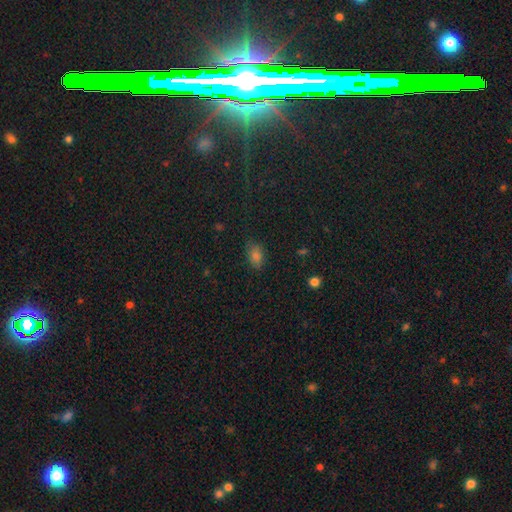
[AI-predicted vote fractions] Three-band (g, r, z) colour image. It shows a smooth galaxy with no disk features (75%) that is in between round and cigar-shaped (86%). Merging: none (80%).